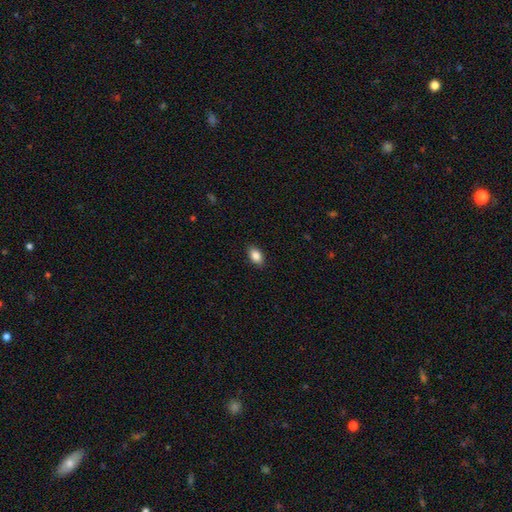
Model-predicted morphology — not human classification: Q: Smooth or featured?
A: smooth (86%); runner-up: star or artifact (8%)
Q: How rounded?
A: in between (90%); runner-up: round (7%)
Q: Merging?
A: none (88%); runner-up: minor disturbance (9%)